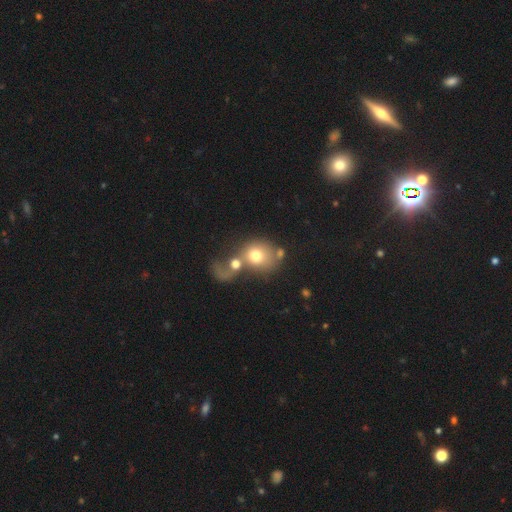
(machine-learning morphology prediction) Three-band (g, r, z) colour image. It shows a smooth galaxy with no disk features (66%) that is round (65%). Merging: merger (61%).